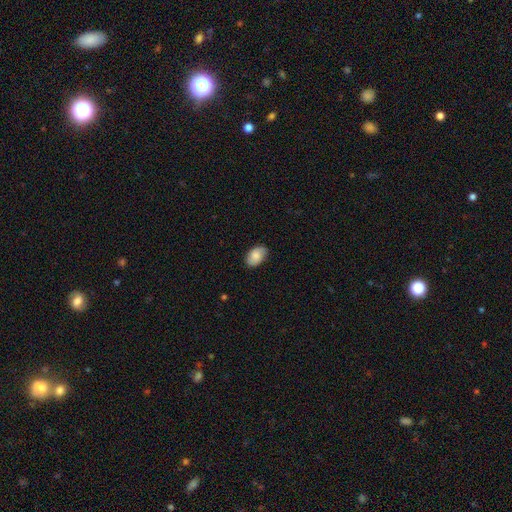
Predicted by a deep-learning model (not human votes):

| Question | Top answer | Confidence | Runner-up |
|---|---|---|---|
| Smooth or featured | smooth | 76% | featured or disk (17%) |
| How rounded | in between | 90% | round (9%) |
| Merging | none | 82% | minor disturbance (15%) |